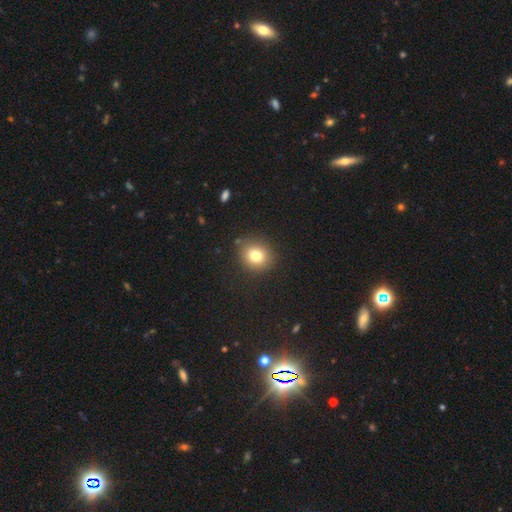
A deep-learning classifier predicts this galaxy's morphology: This is likely a smooth galaxy (79%). How rounded: clearly round (80%). Merging: clearly none (86%).